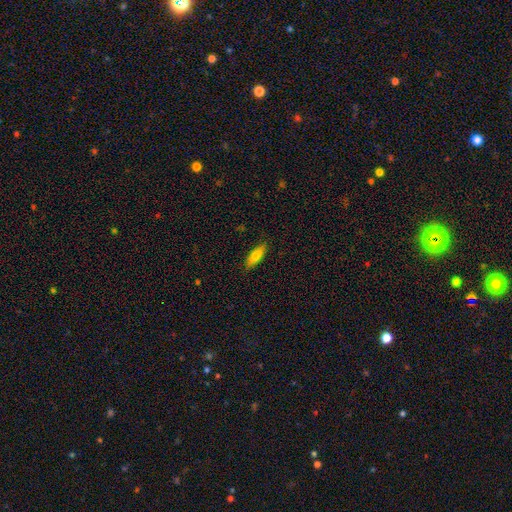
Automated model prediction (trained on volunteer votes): This is likely a smooth galaxy (77%). How rounded: possibly in between (50%). Merging: clearly none (88%).